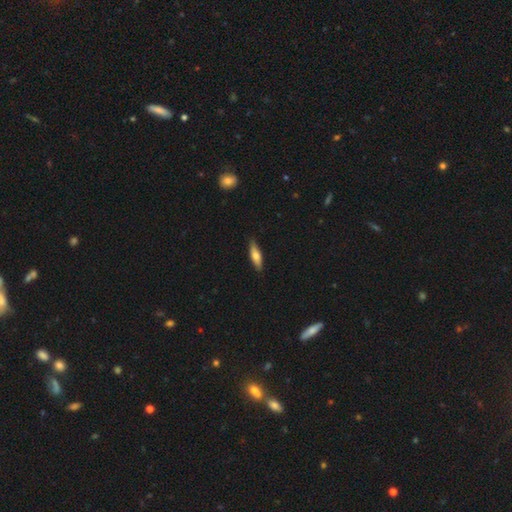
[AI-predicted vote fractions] A smooth galaxy with no disk features (60%) that is cigar-shaped (64%).

Vote fractions:
- Smooth or featured? smooth: 60% / featured or disk: 35% / star or artifact: 6%
- How rounded? cigar-shaped: 64% / in between: 33% / round: 2%
- Merging? none: 88% / minor disturbance: 10% / major disturbance: 2% / merger: 1%